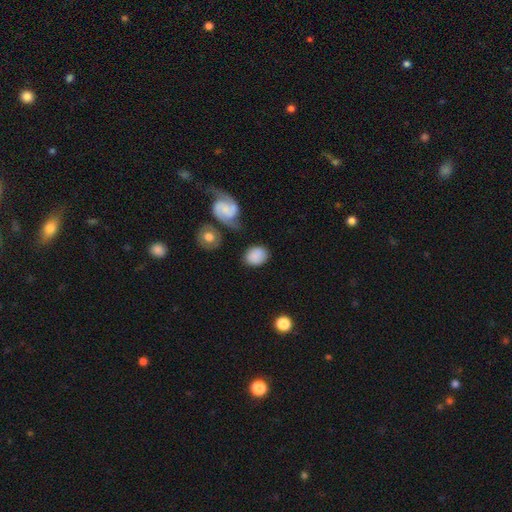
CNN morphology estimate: This is likely a smooth galaxy (79%). How rounded: possibly in between (53%). Merging: likely none (68%).